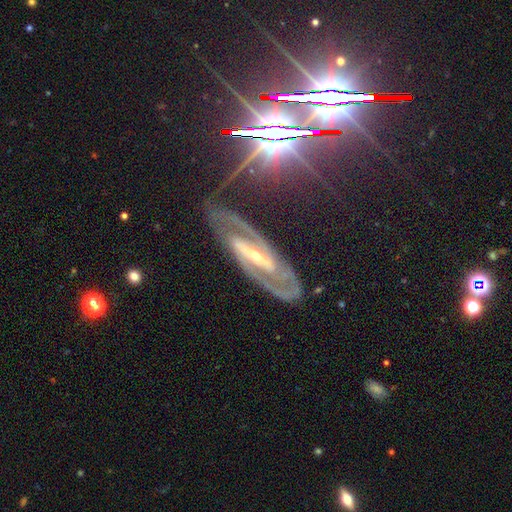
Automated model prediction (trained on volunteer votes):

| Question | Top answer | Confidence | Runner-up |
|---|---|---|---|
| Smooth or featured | featured or disk | 89% | star or artifact (7%) |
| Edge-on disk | no | 92% | yes (8%) |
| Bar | strong | 67% | weak (22%) |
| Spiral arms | yes | 97% | no (3%) |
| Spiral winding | medium | 51% | tight (35%) |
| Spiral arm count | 2 | 91% | can't tell (3%) |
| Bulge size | small | 65% | moderate (31%) |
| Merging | none | 77% | minor disturbance (15%) |